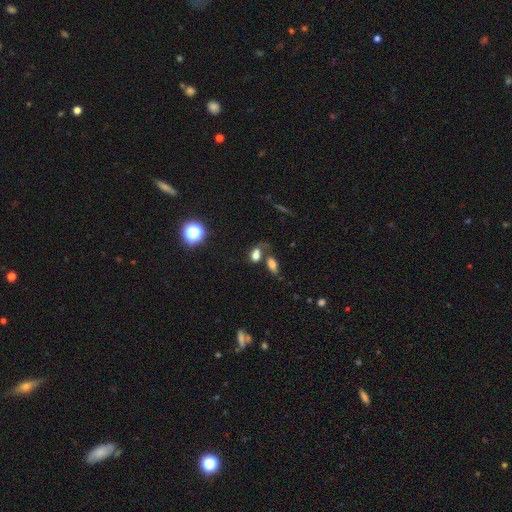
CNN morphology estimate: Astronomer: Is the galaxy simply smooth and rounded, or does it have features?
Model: smooth — 69%.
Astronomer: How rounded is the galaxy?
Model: in between — 72%.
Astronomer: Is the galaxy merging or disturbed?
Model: merger — 44% (runner-up: none, 34%).